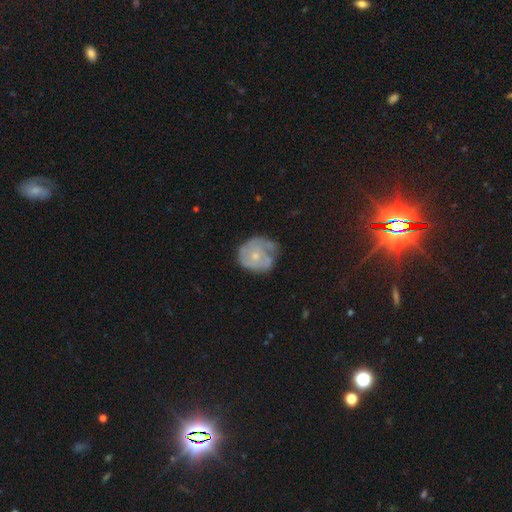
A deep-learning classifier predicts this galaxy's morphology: Smooth or featured? featured or disk (55%)
Edge-on disk? no (98%)
Bar? no (86%)
Spiral arms? yes (53%)
Bulge size? small (66%)
Merging? none (44%)